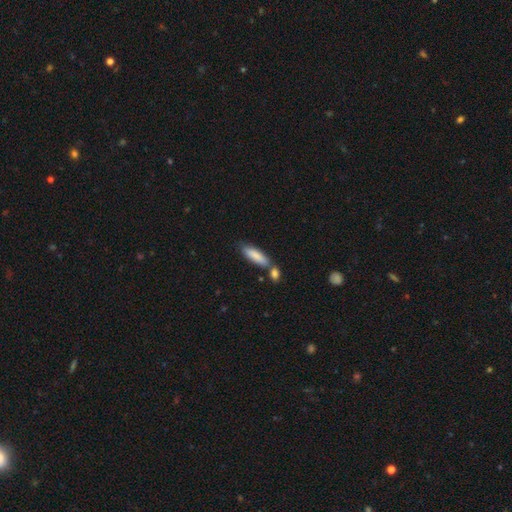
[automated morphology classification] smooth 85%, featured or disk 9%, star or artifact 6%. Down the decision tree: how rounded — cigar-shaped (54%); merging — none (58%).